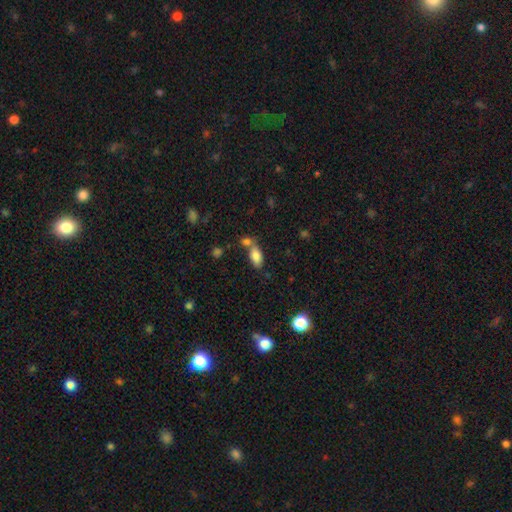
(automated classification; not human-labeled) Smooth or featured? Predicted: smooth (p=0.83). How rounded? Predicted: in between (p=0.90). Merging? Predicted: none (p=0.46).